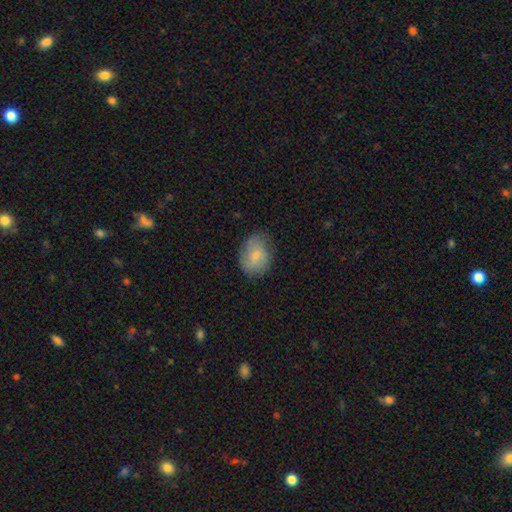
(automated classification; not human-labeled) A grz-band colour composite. It shows a smooth galaxy with no disk features (70%) that is in between round and cigar-shaped (60%). Merging: none (71%).